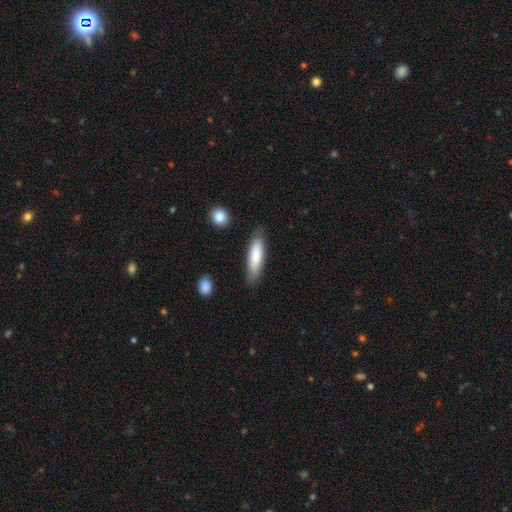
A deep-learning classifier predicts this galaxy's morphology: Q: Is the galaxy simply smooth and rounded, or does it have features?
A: smooth — 81%.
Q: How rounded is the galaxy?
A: cigar-shaped — 64%.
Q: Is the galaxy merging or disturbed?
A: none — 82%.